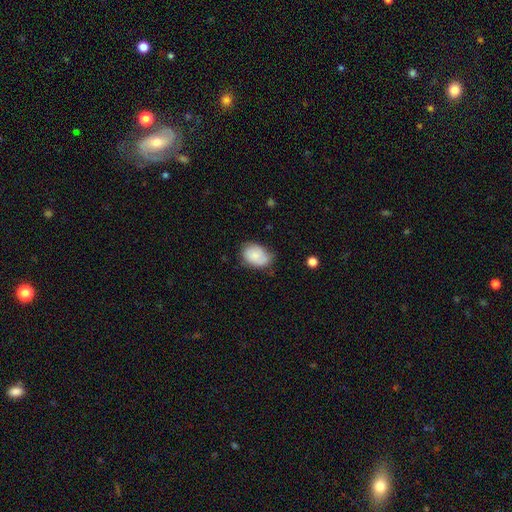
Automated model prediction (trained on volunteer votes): This is likely a smooth galaxy (76%). How rounded: likely in between (78%). Merging: possibly none (55%).